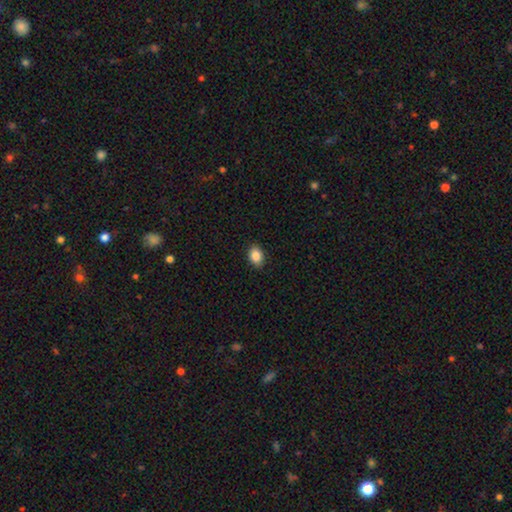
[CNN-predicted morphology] The model was most divided on "how rounded": in between: 71%, round: 28%, cigar-shaped: 1%. More confident: merging — none (89%); smooth or featured — smooth (87%).